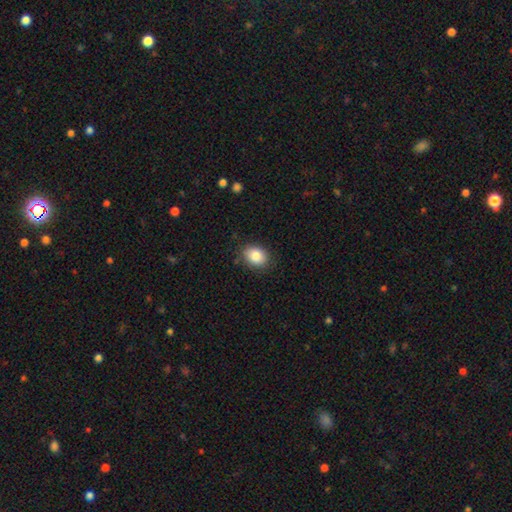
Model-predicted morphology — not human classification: Overall: smooth (85%). How rounded: in between (63%; round 36%). Merging: none (84%).